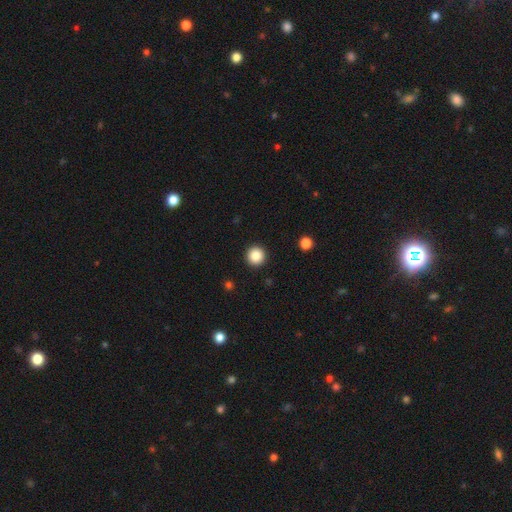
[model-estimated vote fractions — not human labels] Morphology: type=smooth (85%); roundness=round (96%); merging=none (93%).